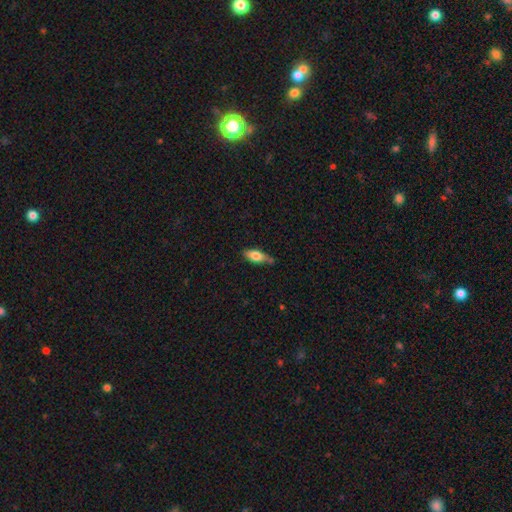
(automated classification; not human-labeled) smooth_or_featured: smooth (p=0.74) [alt: featured or disk p=0.19]
how_rounded: in between (p=0.73) [alt: cigar-shaped p=0.24]
merging: none (p=0.61) [alt: minor disturbance p=0.29]